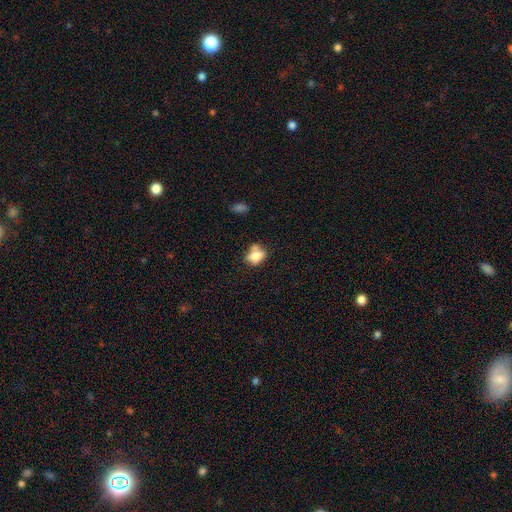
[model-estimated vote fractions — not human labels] A smooth galaxy with no disk features (72%) that is in between round and cigar-shaped (66%). Merging: none (45%).